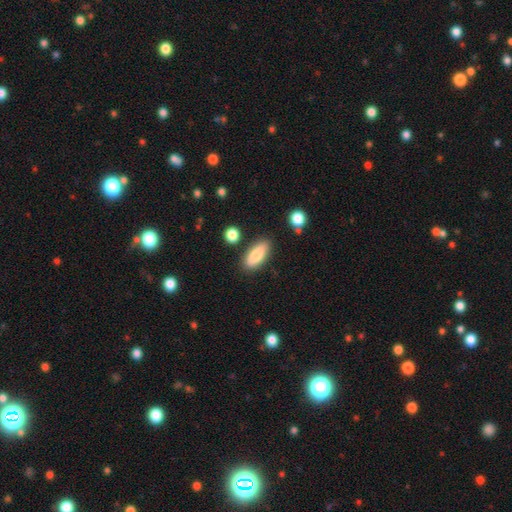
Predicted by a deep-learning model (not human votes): This is likely a smooth galaxy (80%). How rounded: likely in between (73%). Merging: clearly none (82%).